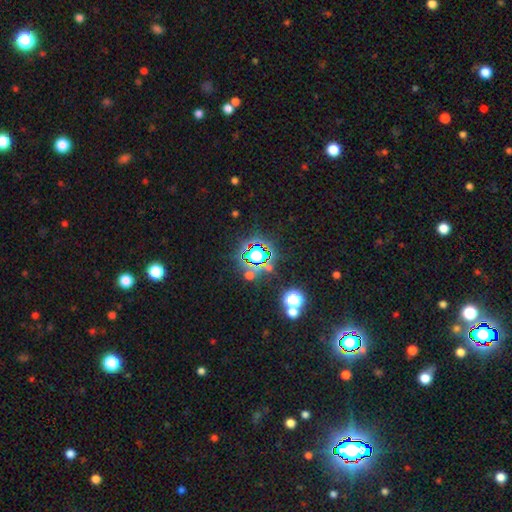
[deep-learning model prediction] This appears to be a star or artifact, not a galaxy (67%).